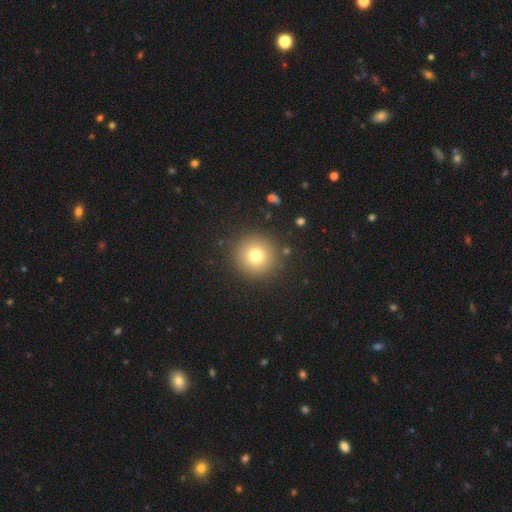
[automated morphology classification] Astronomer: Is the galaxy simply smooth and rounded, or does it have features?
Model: smooth — 75%.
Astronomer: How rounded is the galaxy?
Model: round — 95%.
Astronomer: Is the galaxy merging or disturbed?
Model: none — 90%.